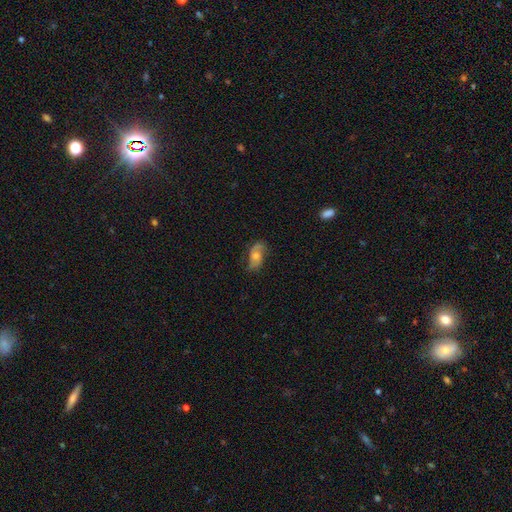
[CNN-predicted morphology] Smooth or featured?
  - featured or disk: 61% *
  - smooth: 30%
  - star or artifact: 9%
Edge-on disk?
  - no: 92% *
  - yes: 8%
Bar?
  - no: 68% *
  - weak: 26%
  - strong: 6%
Spiral arms?
  - yes: 87% *
  - no: 13%
Bulge size?
  - moderate: 60% *
  - small: 27%
  - large: 8%
  - none: 4%
  - dominant: 1%
Merging?
  - none: 73% *
  - minor disturbance: 19%
  - major disturbance: 7%
  - merger: 1%